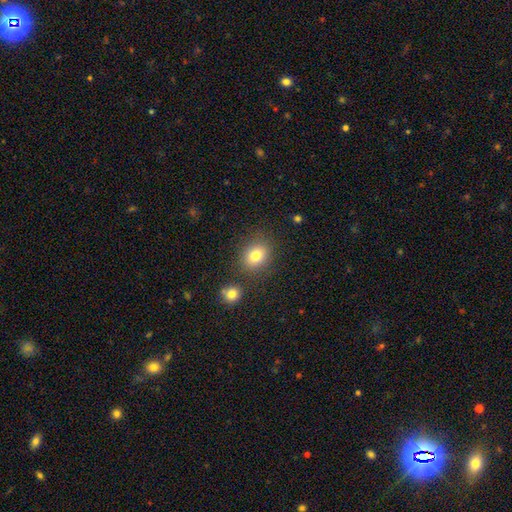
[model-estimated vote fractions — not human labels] Overall: smooth (80%). How rounded: round (57%; in between 42%). Merging: none (79%).